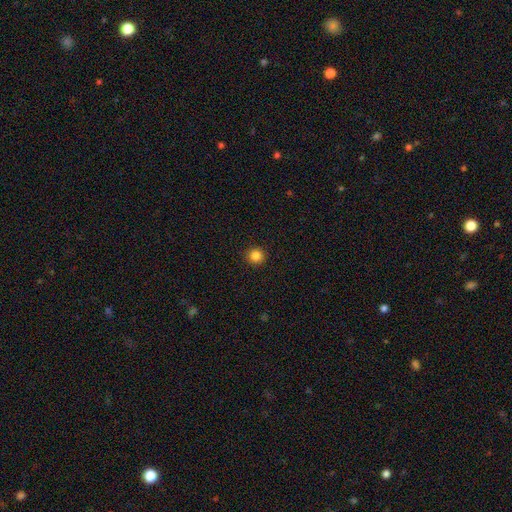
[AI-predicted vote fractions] smooth 85%, star or artifact 11%, featured or disk 4%. Down the decision tree: how rounded — round (95%); merging — none (93%).